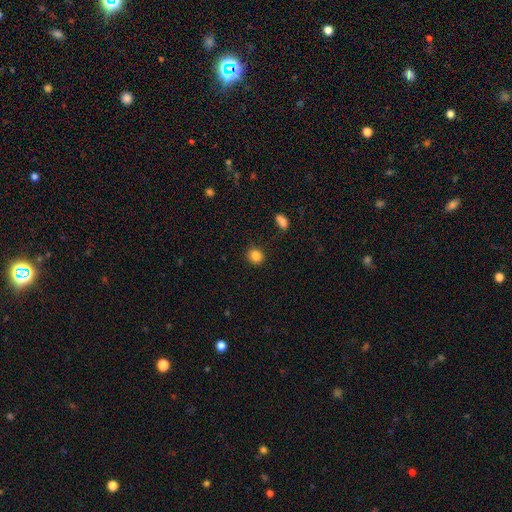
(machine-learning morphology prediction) A smooth galaxy with no disk features (85%) that is round (83%).

Vote fractions:
- Smooth or featured? smooth: 85% / star or artifact: 11% / featured or disk: 4%
- How rounded? round: 83% / in between: 16% / cigar-shaped: 1%
- Merging? none: 87% / minor disturbance: 9% / major disturbance: 2% / merger: 2%